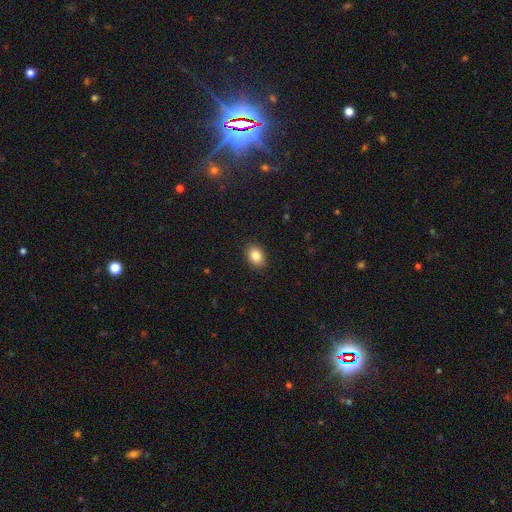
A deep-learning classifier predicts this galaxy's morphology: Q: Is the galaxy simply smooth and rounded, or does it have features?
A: smooth — 84%.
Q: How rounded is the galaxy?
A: in between — 75%.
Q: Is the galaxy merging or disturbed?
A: none — 90%.